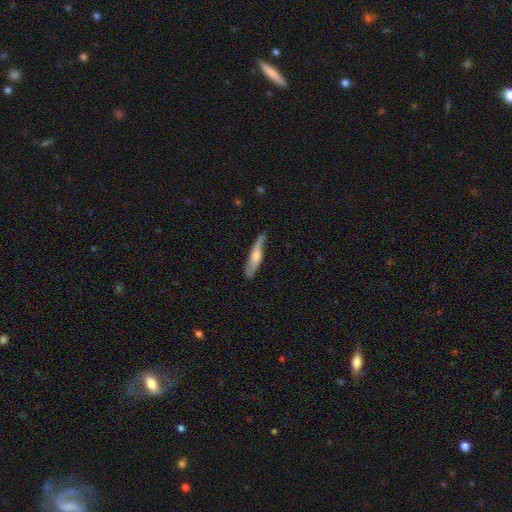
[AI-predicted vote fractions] A smooth galaxy with no disk features (49%).

Vote fractions:
- Smooth or featured? smooth: 49% / featured or disk: 46% / star or artifact: 5%
- Merging? none: 63% / minor disturbance: 27% / major disturbance: 7% / merger: 2%